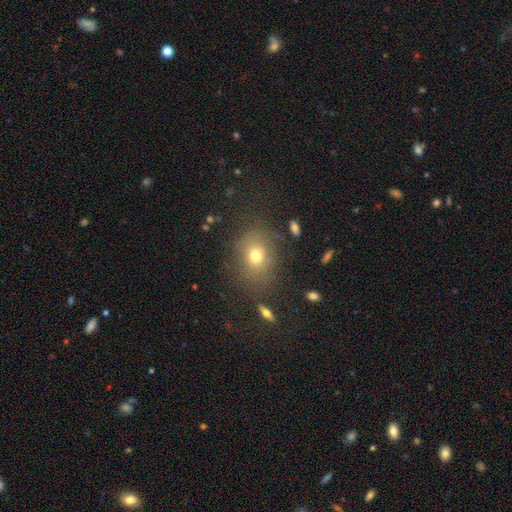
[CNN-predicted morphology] smooth_or_featured: smooth (p=0.69) [alt: star or artifact p=0.16]
how_rounded: round (p=0.53) [alt: in between p=0.45]
merging: none (p=0.76) [alt: minor disturbance p=0.14]